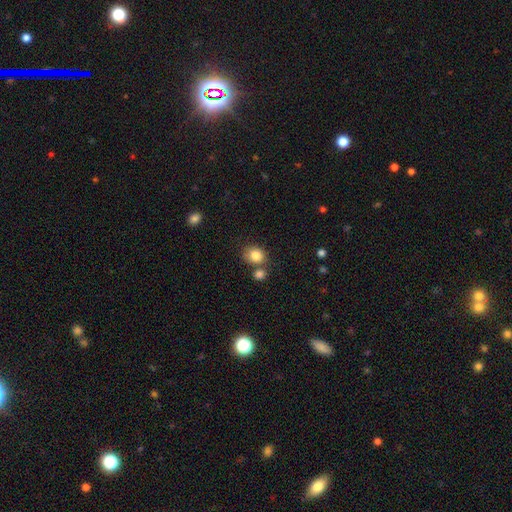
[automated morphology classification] type=smooth (84%); roundness=round (70%); merging=none (61%).